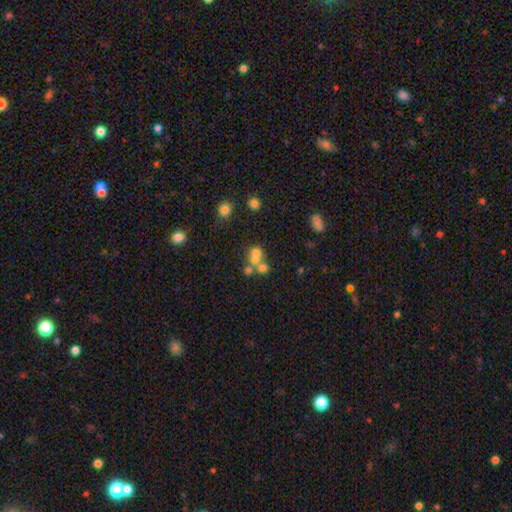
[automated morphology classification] Q: Smooth or featured?
A: smooth (59%); runner-up: featured or disk (23%)
Q: How rounded?
A: round (71%); runner-up: in between (28%)
Q: Merging?
A: merger (56%); runner-up: none (31%)